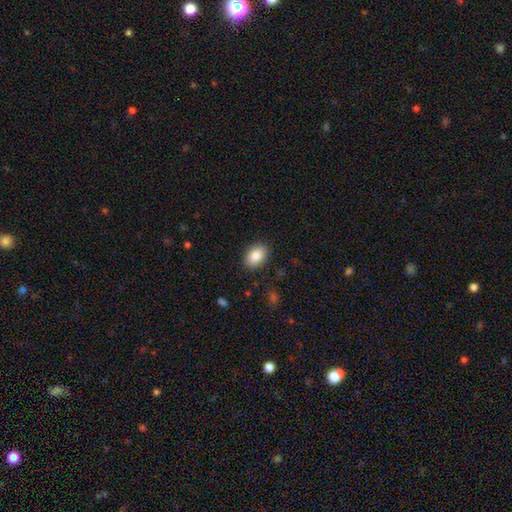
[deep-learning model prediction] Smooth or featured: smooth — 85% (star or artifact — 8%)
How rounded: in between — 86% (round — 13%)
Merging: none — 88% (minor disturbance — 8%)